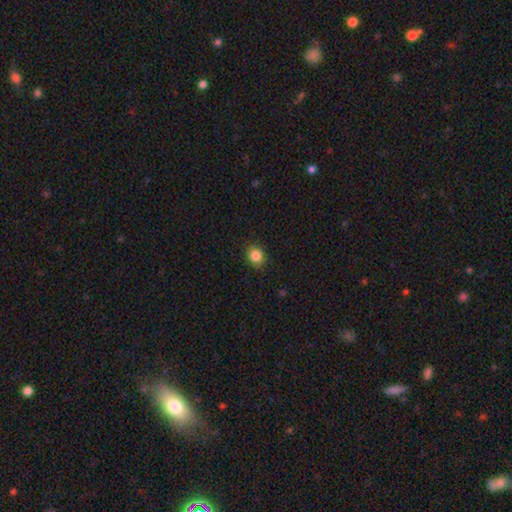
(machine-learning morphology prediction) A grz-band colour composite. It shows a smooth galaxy with no disk features (85%) that is round (58%). Merging: none (88%).